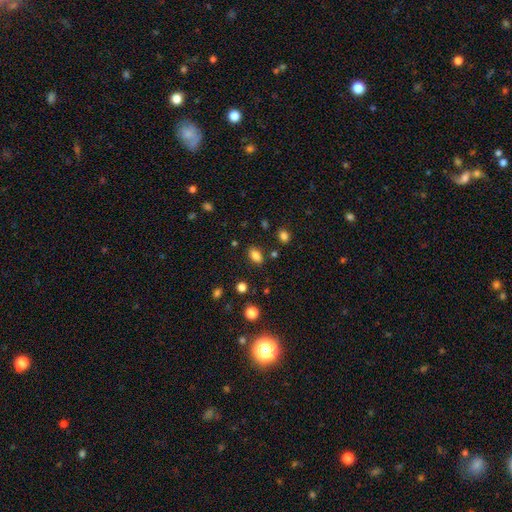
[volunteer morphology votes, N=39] smooth 85%, star or artifact 10%, featured or disk 5%. Down the decision tree: how rounded — in between (79%); merging — none (89%).